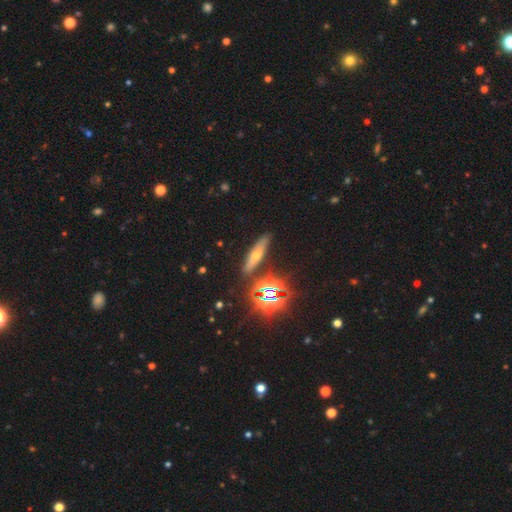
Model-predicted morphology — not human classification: Overall: smooth (35%; featured or disk 34%). Merging: none (85%).